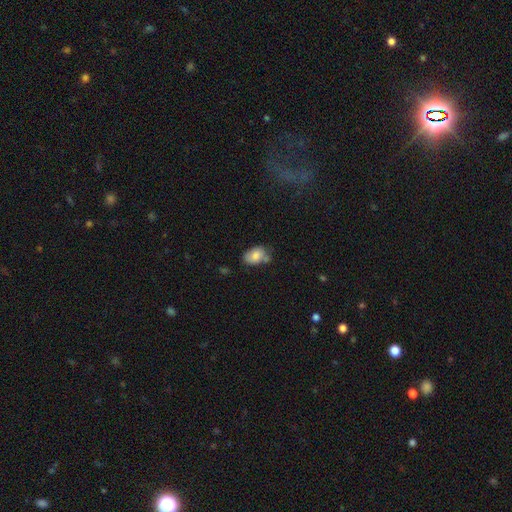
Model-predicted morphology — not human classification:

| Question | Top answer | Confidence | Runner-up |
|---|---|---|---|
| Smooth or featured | smooth | 79% | featured or disk (13%) |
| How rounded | in between | 85% | round (14%) |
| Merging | none | 55% | minor disturbance (26%) |